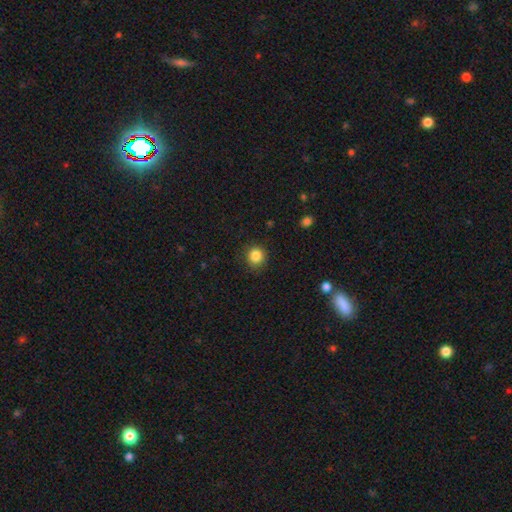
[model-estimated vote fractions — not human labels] Smooth or featured?
  - smooth: 86% *
  - star or artifact: 10%
  - featured or disk: 4%
How rounded?
  - round: 89% *
  - in between: 10%
  - cigar-shaped: 1%
Merging?
  - none: 86% *
  - minor disturbance: 10%
  - major disturbance: 3%
  - merger: 1%